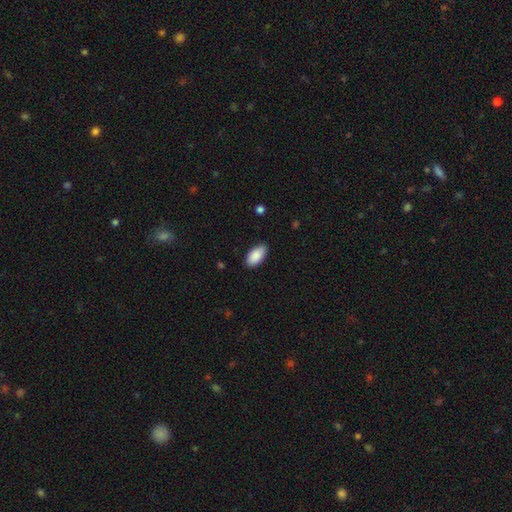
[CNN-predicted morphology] Smooth or featured?
  - smooth: 90% *
  - star or artifact: 6%
  - featured or disk: 4%
How rounded?
  - in between: 95% *
  - cigar-shaped: 3%
  - round: 2%
Merging?
  - none: 86% *
  - minor disturbance: 11%
  - major disturbance: 2%
  - merger: 1%